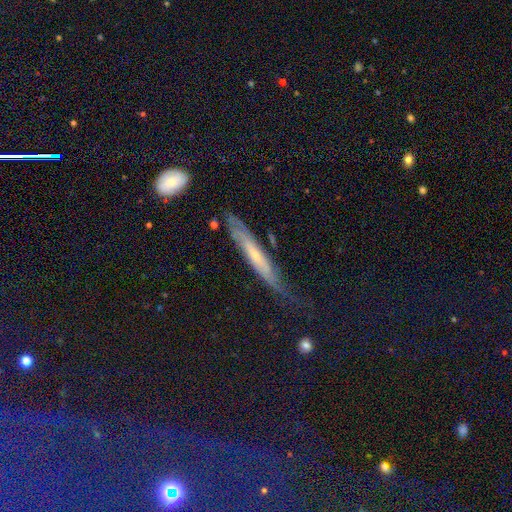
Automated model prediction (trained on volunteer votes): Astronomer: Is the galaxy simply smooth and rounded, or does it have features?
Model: featured or disk — 56% (runner-up: smooth, 33%).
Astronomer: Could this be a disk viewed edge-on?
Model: yes — 68%.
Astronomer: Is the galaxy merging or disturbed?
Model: none — 61%.